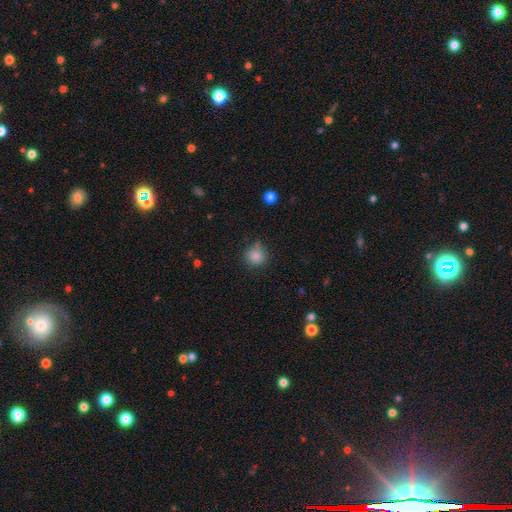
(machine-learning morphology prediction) Smooth or featured: smooth — 84% (star or artifact — 11%)
How rounded: round — 90% (in between — 9%)
Merging: none — 74% (minor disturbance — 18%)